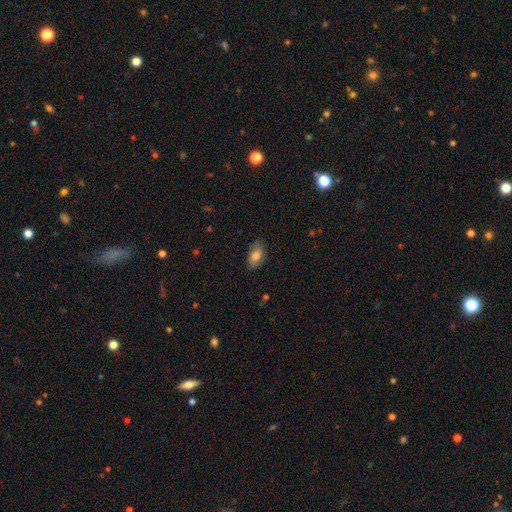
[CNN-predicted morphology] Smooth or featured: smooth — 79% (featured or disk — 13%)
How rounded: in between — 91% (round — 6%)
Merging: none — 78% (minor disturbance — 17%)